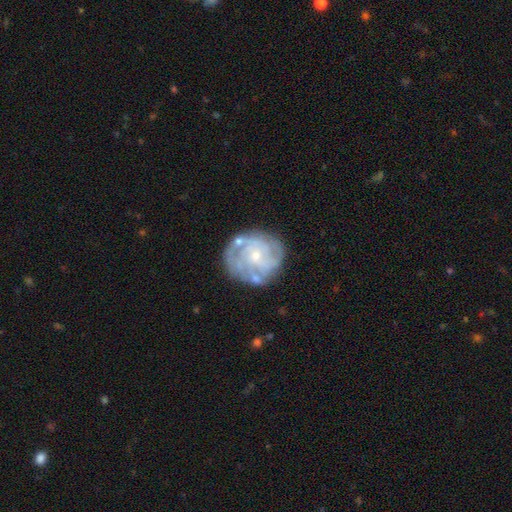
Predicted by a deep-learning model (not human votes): A featured or disk galaxy (78%) with no bar (73%), tight (62%) spiral arms (84%) and a small central bulge (67%).

Vote fractions:
- Smooth or featured? featured or disk: 78% / smooth: 15% / star or artifact: 6%
- Edge-on disk? no: 98% / yes: 2%
- Bar? no: 73% / weak: 23% / strong: 4%
- Spiral arms? yes: 84% / no: 16%
- Spiral winding? tight: 62% / medium: 29% / loose: 9%
- Spiral arm count? can't tell: 38% / 3: 22% / 4: 15% / 2: 14% / more than 4: 6% / 1: 5%
- Bulge size? small: 67% / moderate: 29% / none: 3% / large: 1% / dominant: 1%
- Merging? none: 69% / minor disturbance: 18% / major disturbance: 8% / merger: 5%